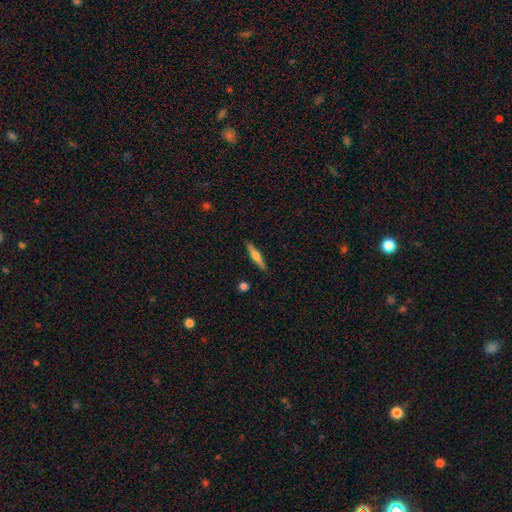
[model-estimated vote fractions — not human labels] This is possibly a smooth galaxy (48%). Merging: clearly none (89%).